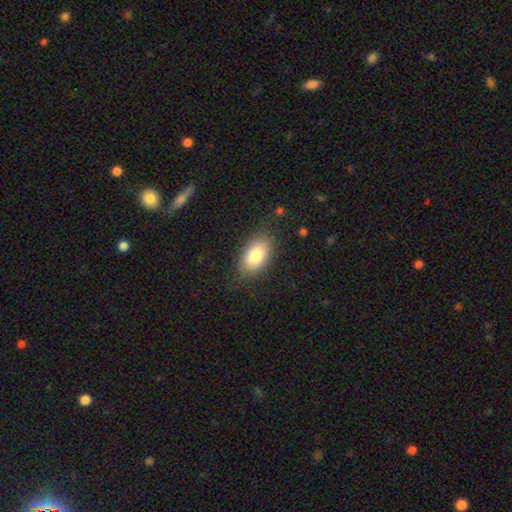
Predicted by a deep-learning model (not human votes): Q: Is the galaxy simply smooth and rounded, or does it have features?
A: smooth — 80%.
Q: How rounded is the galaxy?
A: in between — 92%.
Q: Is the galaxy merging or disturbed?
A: none — 81%.